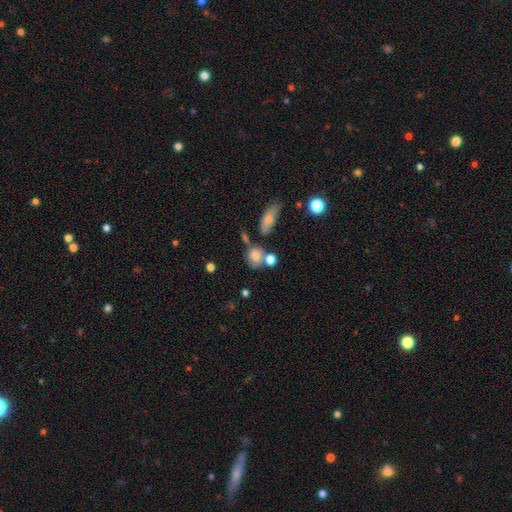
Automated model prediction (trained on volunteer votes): A smooth galaxy with no disk features (76%) that is round (54%).

Vote fractions:
- Smooth or featured? smooth: 76% / featured or disk: 13% / star or artifact: 11%
- How rounded? round: 54% / in between: 43% / cigar-shaped: 3%
- Merging? none: 46% / merger: 28% / minor disturbance: 17% / major disturbance: 8%